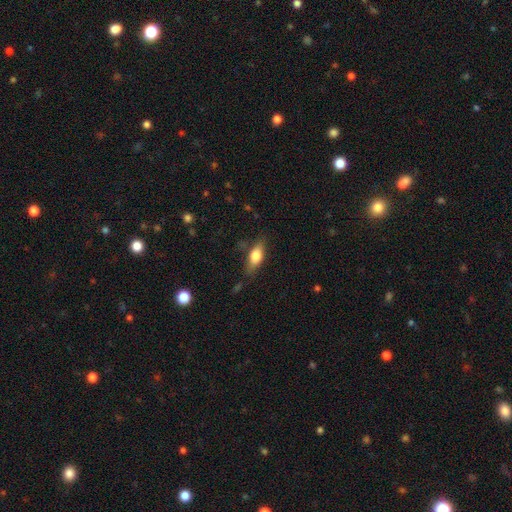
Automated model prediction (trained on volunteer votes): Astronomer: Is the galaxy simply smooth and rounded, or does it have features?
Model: smooth — 69%.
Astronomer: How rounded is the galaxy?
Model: in between — 74%.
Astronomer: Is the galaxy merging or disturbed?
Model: none — 74%.